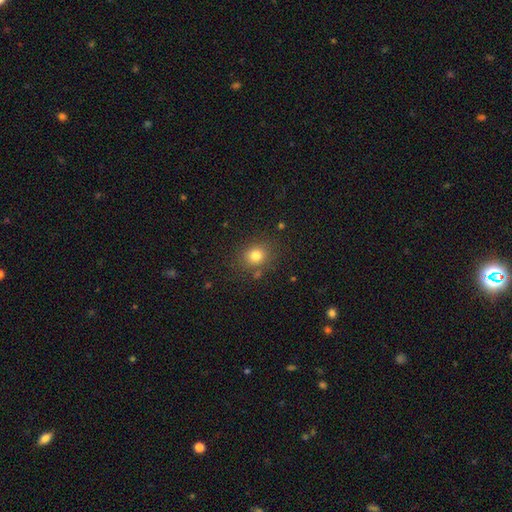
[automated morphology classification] Smooth or featured? smooth (79%)
How rounded? round (69%)
Merging? none (81%)